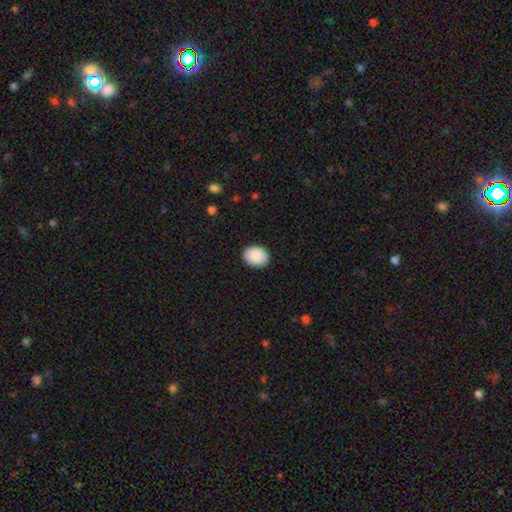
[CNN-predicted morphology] smooth-or-featured: smooth: 89% | star or artifact: 6% | featured or disk: 4%
  how-rounded: in between: 58% | round: 41% | cigar-shaped: 1%
  merging: none: 89% | minor disturbance: 8% | major disturbance: 2% | merger: 1%